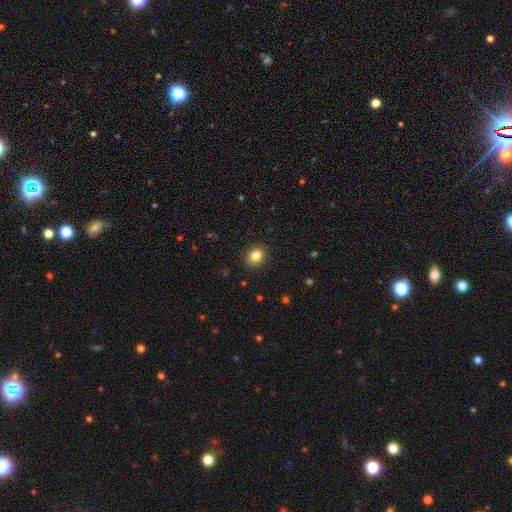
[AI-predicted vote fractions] smooth-or-featured: smooth: 83% | star or artifact: 11% | featured or disk: 6%
  how-rounded: round: 66% | in between: 33% | cigar-shaped: 1%
  merging: none: 90% | minor disturbance: 7% | major disturbance: 2% | merger: 1%